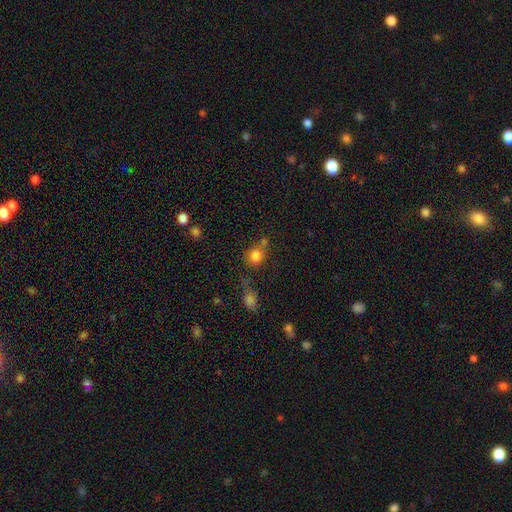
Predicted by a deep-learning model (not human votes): The model was most divided on "merging": none: 57%, merger: 22%, minor disturbance: 15%, major disturbance: 6%. More confident: smooth or featured — smooth (81%); how rounded — round (77%).